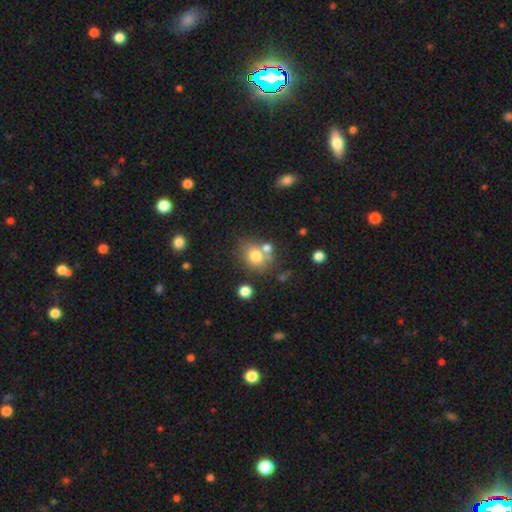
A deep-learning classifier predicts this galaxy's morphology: Smooth or featured? Predicted: smooth (p=0.74). How rounded? Predicted: round (p=0.66). Merging? Predicted: none (p=0.61).